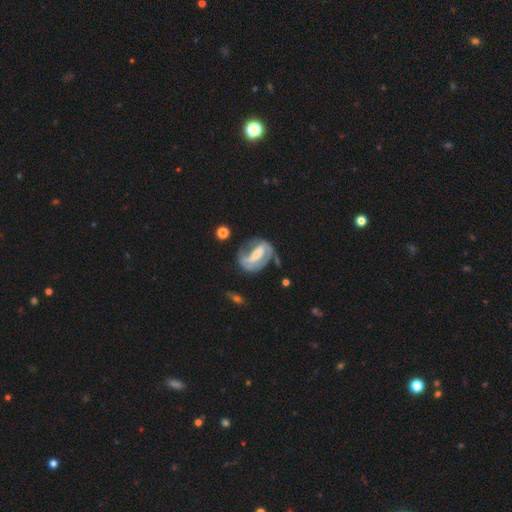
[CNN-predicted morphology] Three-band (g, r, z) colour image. It shows a featured or disk galaxy (79%) with a strong bar (54%), 2 (69%) medium (43%) spiral arms (83%) and a moderate central bulge (43%). Merging: none (53%).